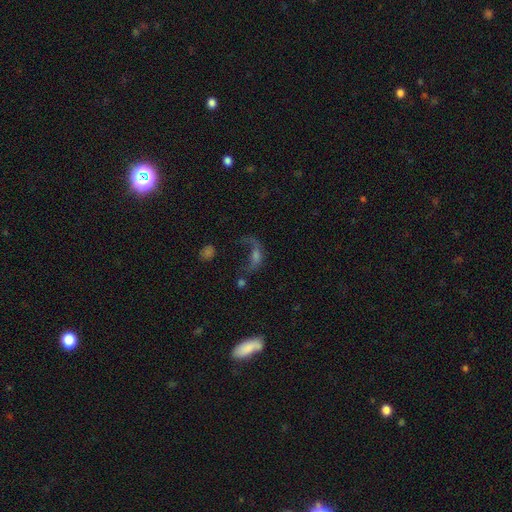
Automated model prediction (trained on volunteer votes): Smooth or featured? Predicted: featured or disk (p=0.47). Merging? Predicted: major disturbance (p=0.49).